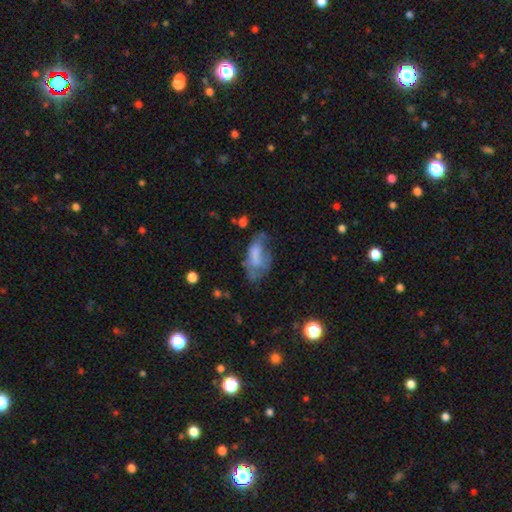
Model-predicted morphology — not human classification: type=smooth (53%); roundness=in between (88%); merging=major disturbance (34%).